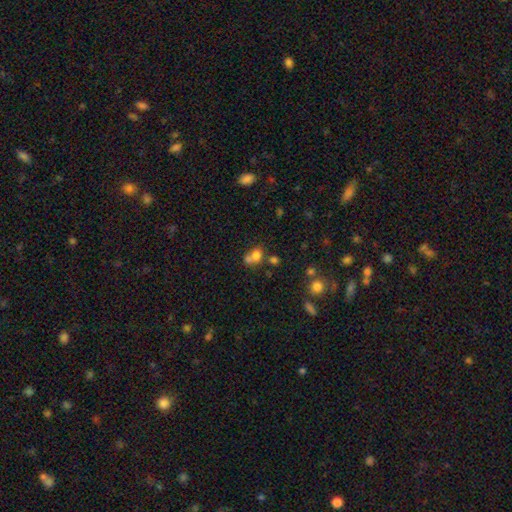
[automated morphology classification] Q: Smooth or featured?
A: smooth (72%); runner-up: star or artifact (14%)
Q: How rounded?
A: round (57%); runner-up: in between (42%)
Q: Merging?
A: merger (50%); runner-up: none (35%)